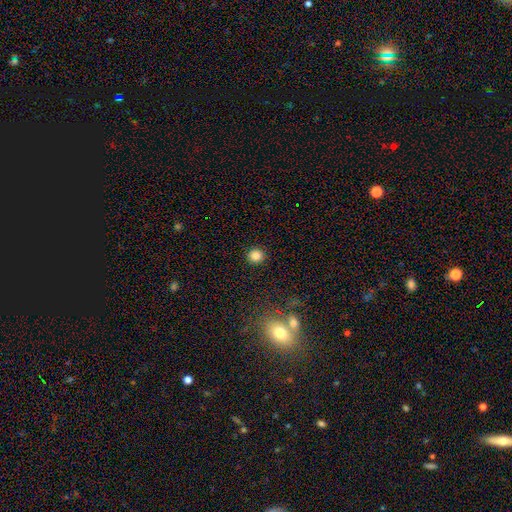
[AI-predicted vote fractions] smooth-or-featured: smooth: 84% | star or artifact: 12% | featured or disk: 4%
  how-rounded: round: 93% | in between: 6% | cigar-shaped: 1%
  merging: none: 92% | minor disturbance: 5% | major disturbance: 2% | merger: 1%